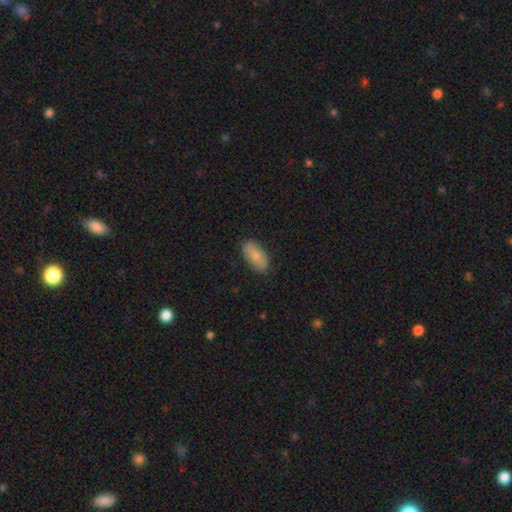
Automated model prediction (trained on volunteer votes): Smooth or featured: smooth — 78% (featured or disk — 16%)
How rounded: in between — 92% (cigar-shaped — 5%)
Merging: none — 83% (minor disturbance — 13%)